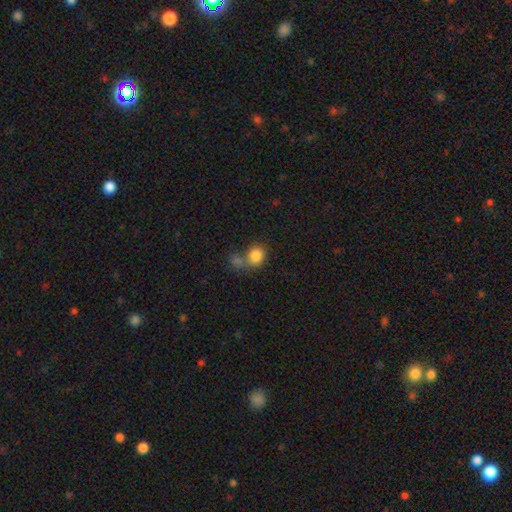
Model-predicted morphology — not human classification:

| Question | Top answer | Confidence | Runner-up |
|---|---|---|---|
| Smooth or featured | smooth | 83% | star or artifact (10%) |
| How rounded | round | 70% | in between (29%) |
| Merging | none | 42% | merger (38%) |